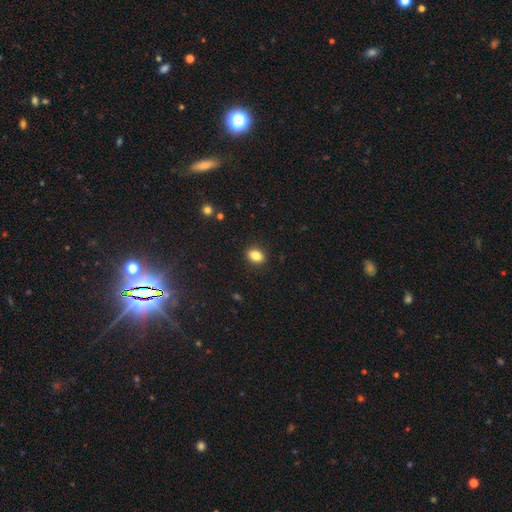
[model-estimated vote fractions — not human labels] smooth-or-featured: smooth: 84% | star or artifact: 9% | featured or disk: 7%
  how-rounded: in between: 72% | round: 27% | cigar-shaped: 1%
  merging: none: 89% | minor disturbance: 8% | major disturbance: 2% | merger: 1%